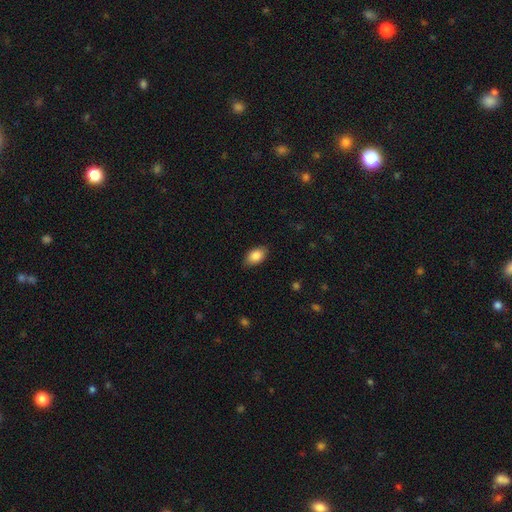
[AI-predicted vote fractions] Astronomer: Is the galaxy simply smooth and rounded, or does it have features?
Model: smooth — 86%.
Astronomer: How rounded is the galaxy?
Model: in between — 92%.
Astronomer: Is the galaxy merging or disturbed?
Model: none — 85%.